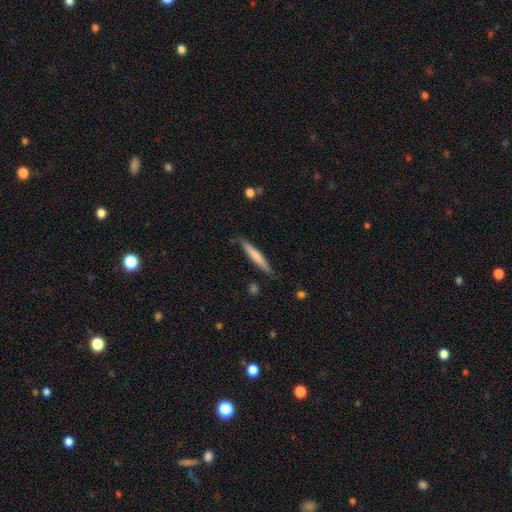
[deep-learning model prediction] A smooth galaxy with no disk features (69%) that is cigar-shaped (94%). Merging: none (85%).